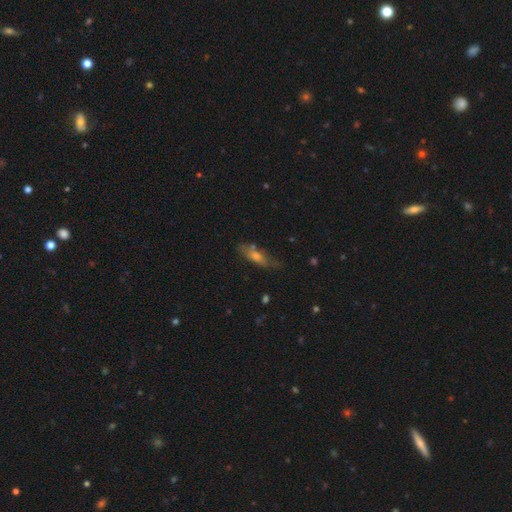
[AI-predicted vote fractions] This is possibly a smooth galaxy (47%). Merging: likely none (63%).